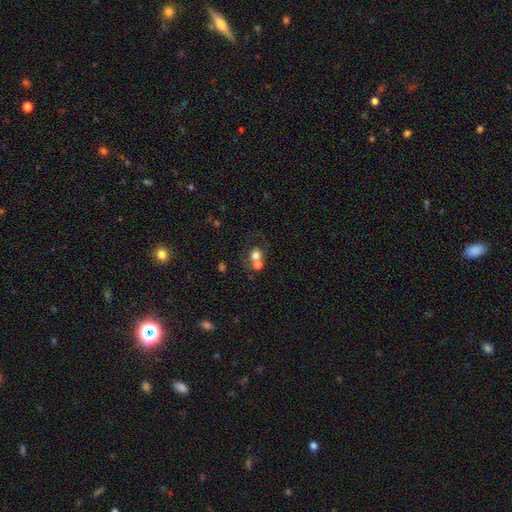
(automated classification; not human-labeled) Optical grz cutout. It shows a smooth galaxy with no disk features (69%) that is round (75%). Merging: merger (55%).